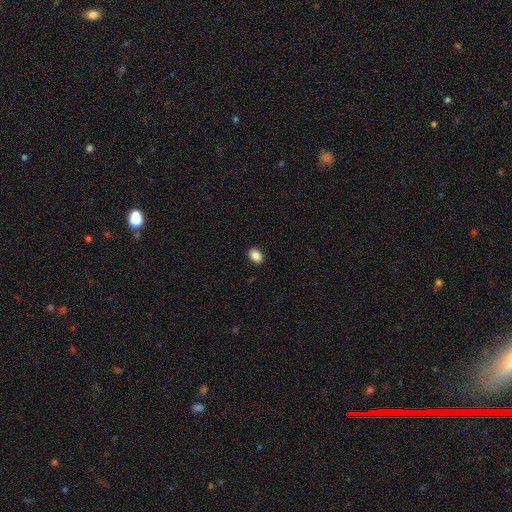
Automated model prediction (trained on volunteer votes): smooth-or-featured: smooth: 88% | star or artifact: 9% | featured or disk: 4%
  how-rounded: in between: 71% | round: 28% | cigar-shaped: 1%
  merging: none: 90% | minor disturbance: 8% | major disturbance: 2% | merger: 1%